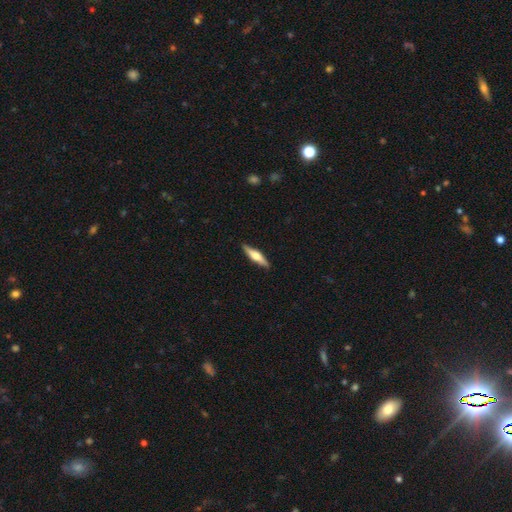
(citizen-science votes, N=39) featured or disk 49%, smooth 41%, star or artifact 10%. Down the decision tree: edge-on disk — yes (100%); edge-on bulge — rounded (89%); merging — none (91%).